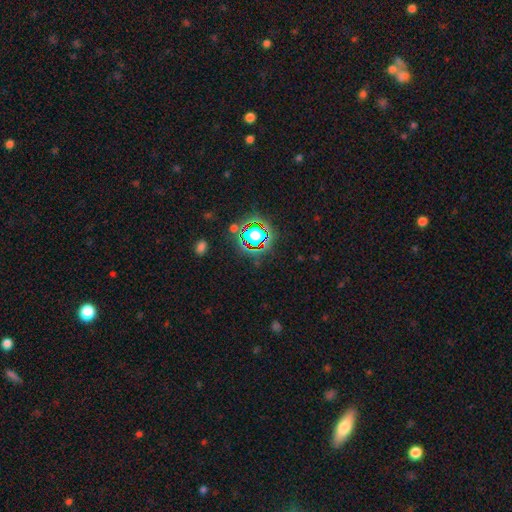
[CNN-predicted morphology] A star or artifact, not a galaxy (78%).

Vote fractions:
- Smooth or featured? star or artifact: 78% / smooth: 14% / featured or disk: 8%